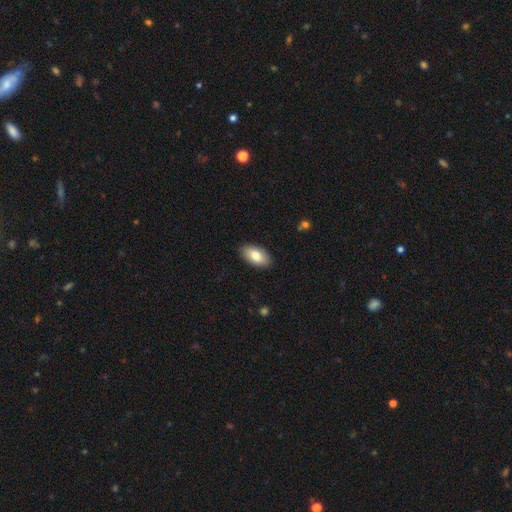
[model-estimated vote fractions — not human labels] A smooth galaxy with no disk features (81%) that is in between round and cigar-shaped (94%).

Vote fractions:
- Smooth or featured? smooth: 81% / featured or disk: 13% / star or artifact: 6%
- How rounded? in between: 94% / cigar-shaped: 3% / round: 3%
- Merging? none: 89% / minor disturbance: 8% / major disturbance: 2% / merger: 1%